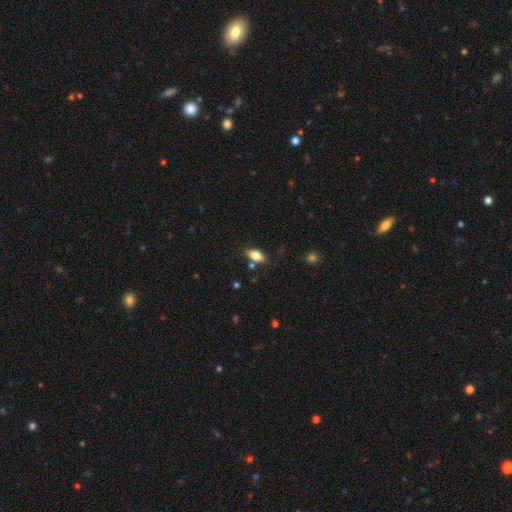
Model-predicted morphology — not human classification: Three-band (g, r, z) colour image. It shows a smooth galaxy with no disk features (78%) that is in between round and cigar-shaped (86%). Merging: none (80%).